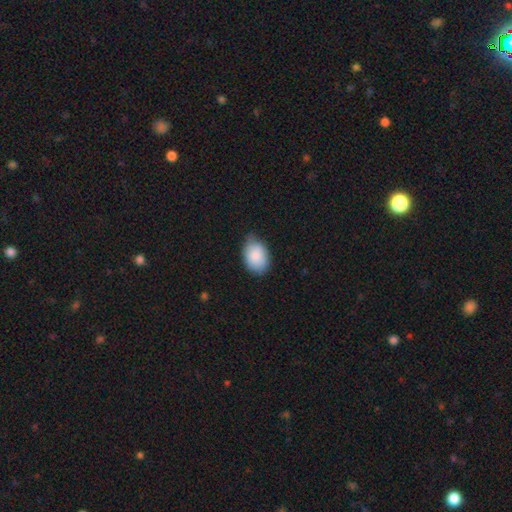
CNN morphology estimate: smooth 87%, featured or disk 7%, star or artifact 7%. Down the decision tree: how rounded — in between (81%); merging — none (64%).